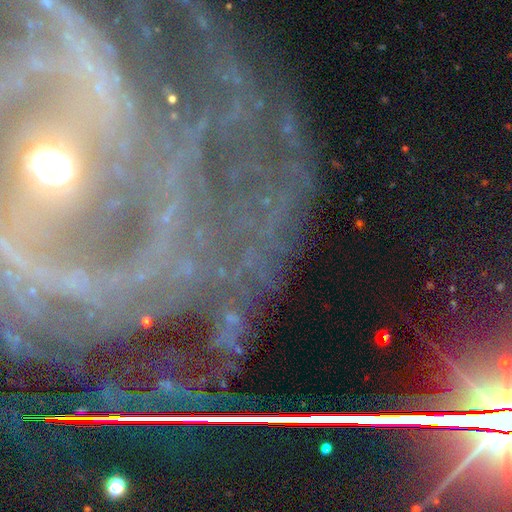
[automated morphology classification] smooth-or-featured: featured or disk: 63% | star or artifact: 27% | smooth: 10%
  disk-edge-on: no: 84% | yes: 16%
    bar: no: 42% | strong: 34% | weak: 25%
    has-spiral-arms: yes: 83% | no: 17%
    bulge-size: moderate: 50% | small: 34% | large: 9% | dominant: 4% | none: 3%
  merging: none: 72% | minor disturbance: 13% | major disturbance: 11% | merger: 4%